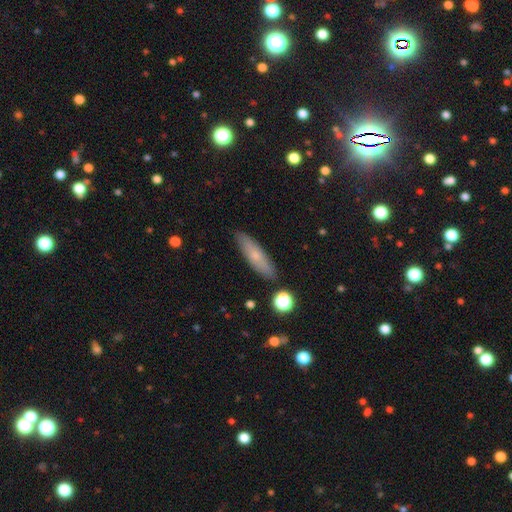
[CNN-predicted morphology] This is likely a smooth galaxy (65%). How rounded: likely cigar-shaped (65%). Merging: clearly none (86%).